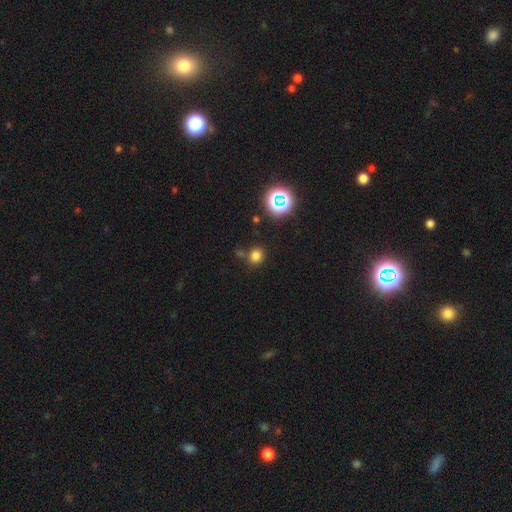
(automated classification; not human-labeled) The model was most divided on "smooth or featured": smooth: 74%, star or artifact: 20%, featured or disk: 6%. More confident: how rounded — round (85%); merging — none (76%).